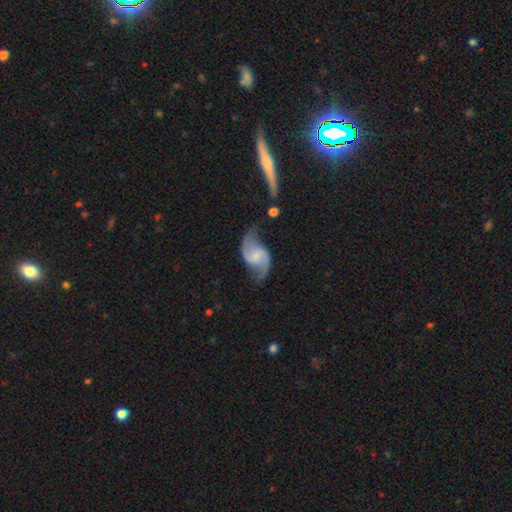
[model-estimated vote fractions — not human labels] Morphology: type=featured or disk (86%); edge-on=no (98%); bar=no (48%); spiral arms=yes (96%); winding=loose (66%); arm count=2 (93%); bulge=small (54%); merging=none (65%).